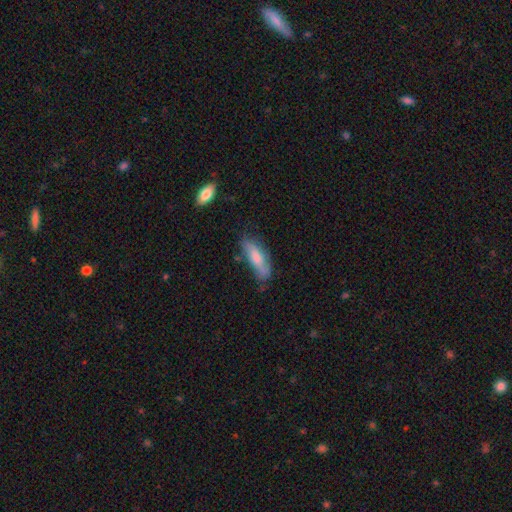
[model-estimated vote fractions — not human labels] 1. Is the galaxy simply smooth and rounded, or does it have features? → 66% smooth, 27% featured or disk, 7% star or artifact.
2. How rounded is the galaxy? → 52% in between, 46% cigar-shaped, 2% round.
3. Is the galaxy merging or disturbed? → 58% none, 30% minor disturbance, 9% major disturbance, 4% merger.